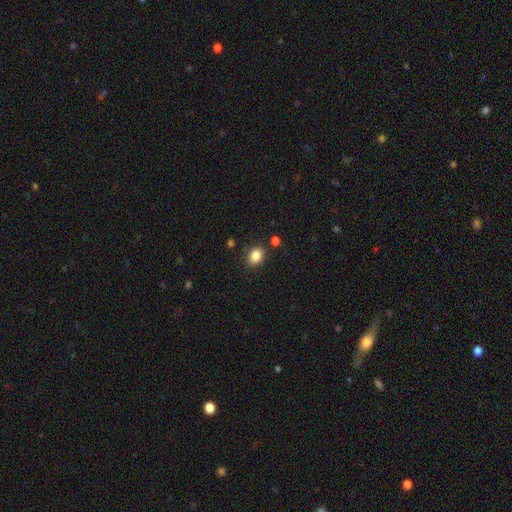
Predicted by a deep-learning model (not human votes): This is clearly a smooth galaxy (85%). How rounded: possibly in between (58%). Merging: clearly none (83%).